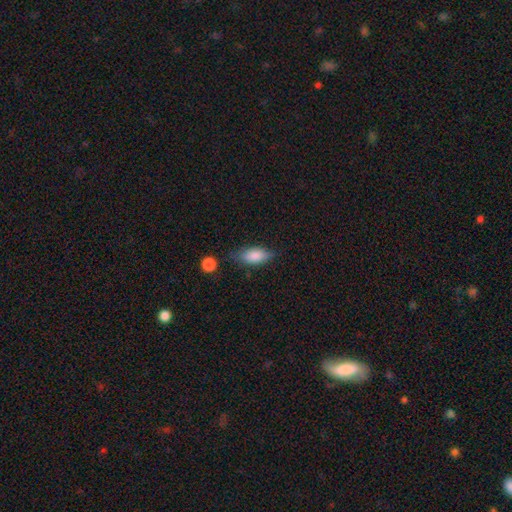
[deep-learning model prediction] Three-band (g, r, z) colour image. It shows a smooth galaxy with no disk features (84%) that is in between round and cigar-shaped (85%). Merging: none (72%).